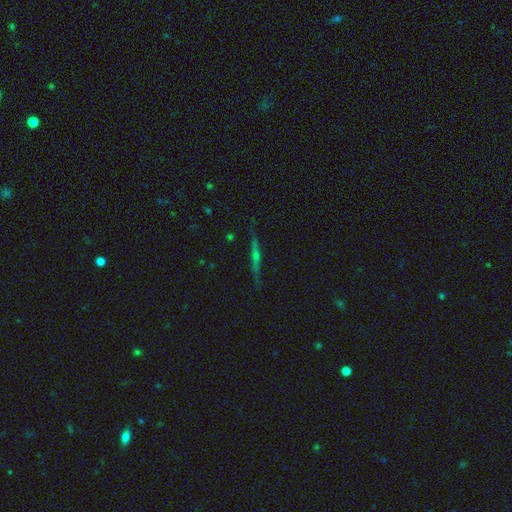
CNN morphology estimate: featured or disk 70%, smooth 19%, star or artifact 11%. Down the decision tree: edge-on disk — yes (97%); edge-on bulge — rounded (69%); merging — none (88%).